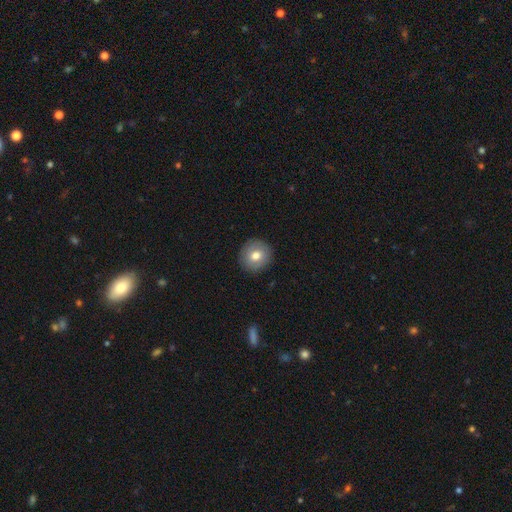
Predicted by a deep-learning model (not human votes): A smooth galaxy with no disk features (75%) that is round (92%). Merging: none (90%).